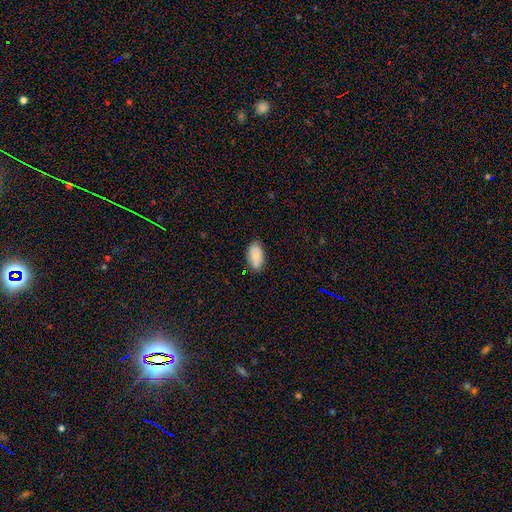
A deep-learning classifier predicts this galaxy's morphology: The model was most divided on "merging": none: 81%, minor disturbance: 15%, major disturbance: 3%, merger: 1%. More confident: how rounded — in between (94%); smooth or featured — smooth (82%).